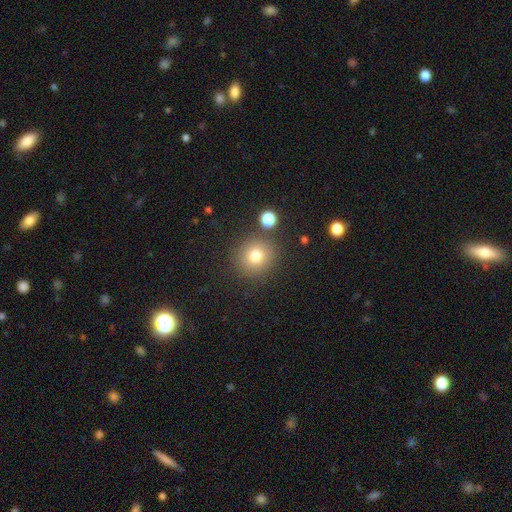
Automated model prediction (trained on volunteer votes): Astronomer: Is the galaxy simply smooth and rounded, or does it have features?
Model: smooth — 79%.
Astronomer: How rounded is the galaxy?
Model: round — 90%.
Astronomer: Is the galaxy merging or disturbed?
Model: none — 84%.